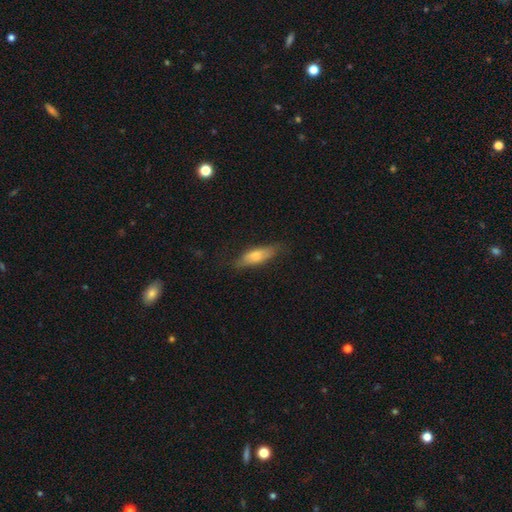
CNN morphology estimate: Q: Smooth or featured?
A: smooth (69%); runner-up: featured or disk (25%)
Q: How rounded?
A: in between (50%); runner-up: cigar-shaped (48%)
Q: Merging?
A: none (75%); runner-up: minor disturbance (19%)